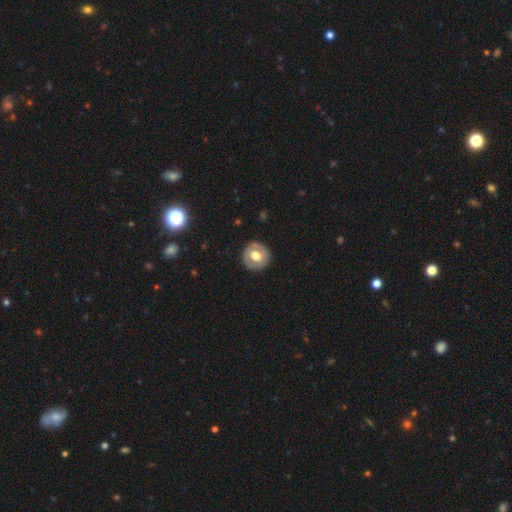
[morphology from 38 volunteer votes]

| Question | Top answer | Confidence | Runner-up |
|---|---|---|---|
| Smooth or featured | smooth | 58% | featured or disk (34%) |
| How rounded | round | 100% | — |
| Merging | none | 83% | minor disturbance (17%) |